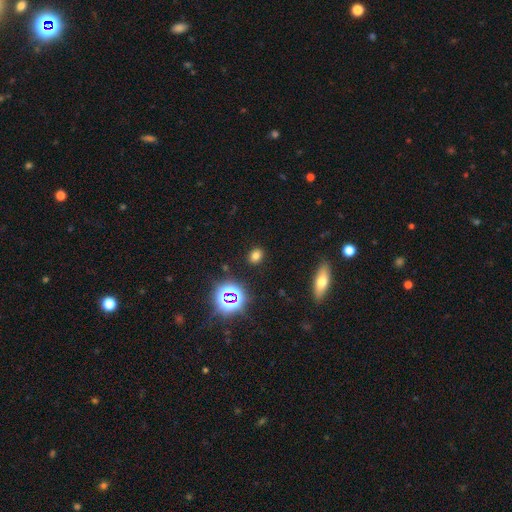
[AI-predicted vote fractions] smooth 70%, star or artifact 23%, featured or disk 7%. Down the decision tree: how rounded — in between (49%, tied with round); merging — none (88%).